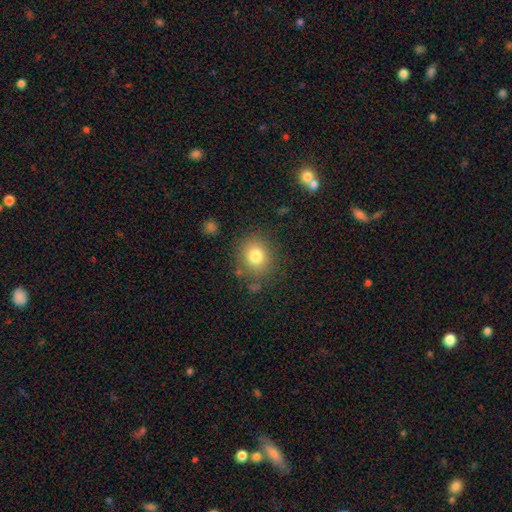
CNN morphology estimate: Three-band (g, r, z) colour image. It shows a smooth galaxy with no disk features (80%) that is round (76%). Merging: none (80%).